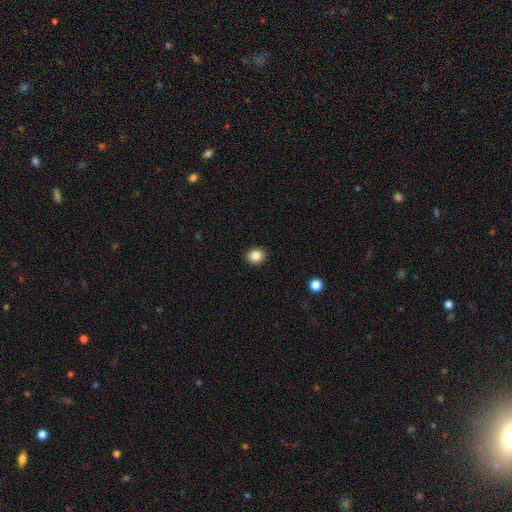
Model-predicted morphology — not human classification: smooth-or-featured: smooth: 85% | star or artifact: 10% | featured or disk: 5%
  how-rounded: round: 76% | in between: 23% | cigar-shaped: 1%
  merging: none: 92% | minor disturbance: 6% | major disturbance: 2% | merger: 1%